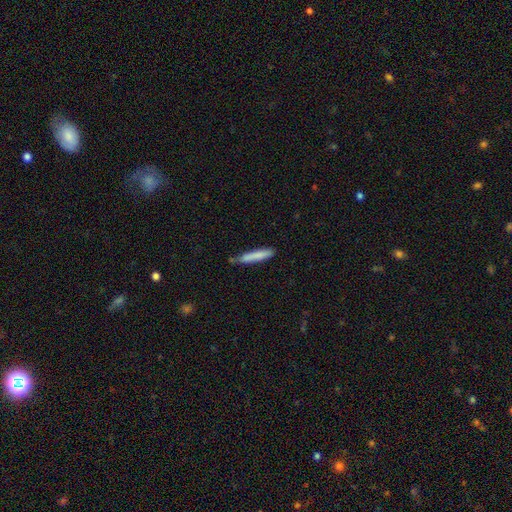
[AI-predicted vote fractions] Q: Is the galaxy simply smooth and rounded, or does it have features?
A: smooth — 80%.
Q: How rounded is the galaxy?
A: cigar-shaped — 92%.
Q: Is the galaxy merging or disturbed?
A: none — 72%.